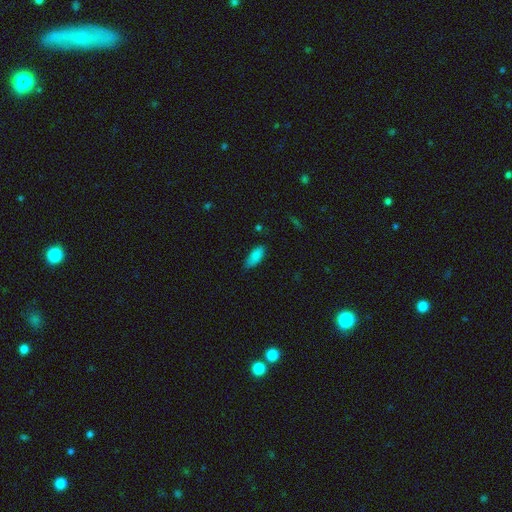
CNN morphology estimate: Smooth or featured: smooth — 86% (star or artifact — 7%)
How rounded: in between — 81% (cigar-shaped — 17%)
Merging: none — 73% (minor disturbance — 22%)